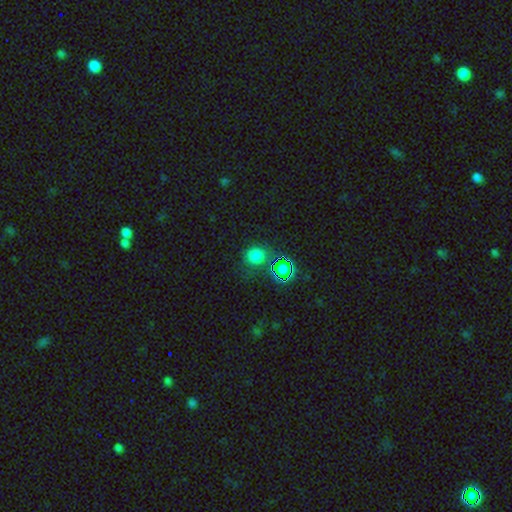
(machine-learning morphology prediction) Q: Smooth or featured?
A: smooth (72%); runner-up: star or artifact (23%)
Q: How rounded?
A: round (80%); runner-up: in between (18%)
Q: Merging?
A: none (78%); runner-up: minor disturbance (11%)